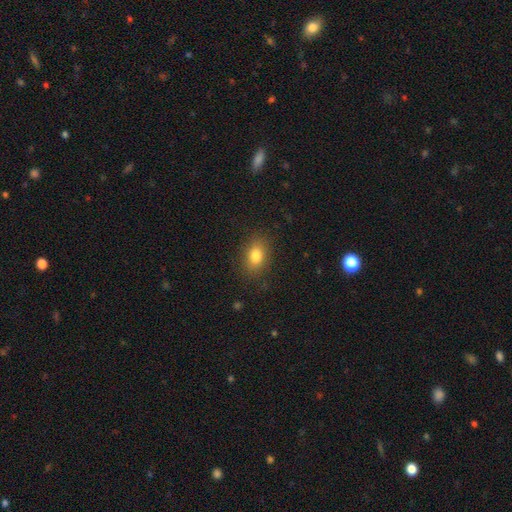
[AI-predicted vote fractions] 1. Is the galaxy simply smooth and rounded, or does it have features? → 81% smooth, 10% star or artifact, 9% featured or disk.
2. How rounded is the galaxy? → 79% in between, 19% round, 2% cigar-shaped.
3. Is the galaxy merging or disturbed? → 84% none, 11% minor disturbance, 4% major disturbance, 1% merger.